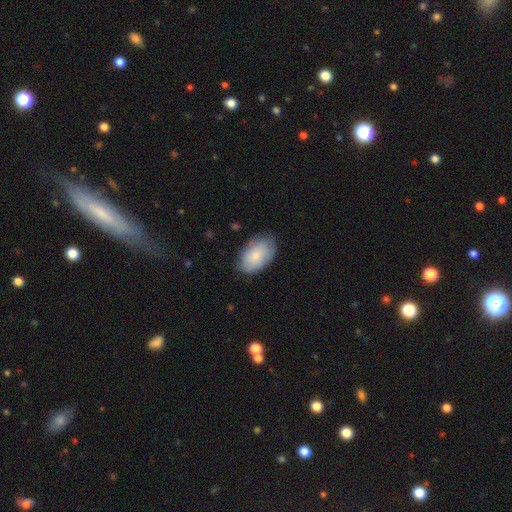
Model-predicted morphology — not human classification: The model was most divided on "merging": none: 76%, minor disturbance: 19%, major disturbance: 4%, merger: 1%. More confident: how rounded — in between (92%); smooth or featured — smooth (79%).